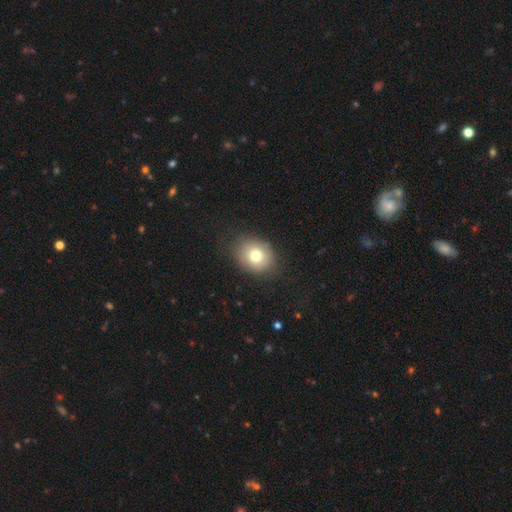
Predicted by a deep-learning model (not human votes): Smooth or featured?
  - smooth: 76% *
  - featured or disk: 13%
  - star or artifact: 11%
How rounded?
  - round: 50% *
  - in between: 49%
  - cigar-shaped: 1%
Merging?
  - none: 82% *
  - minor disturbance: 12%
  - major disturbance: 4%
  - merger: 1%